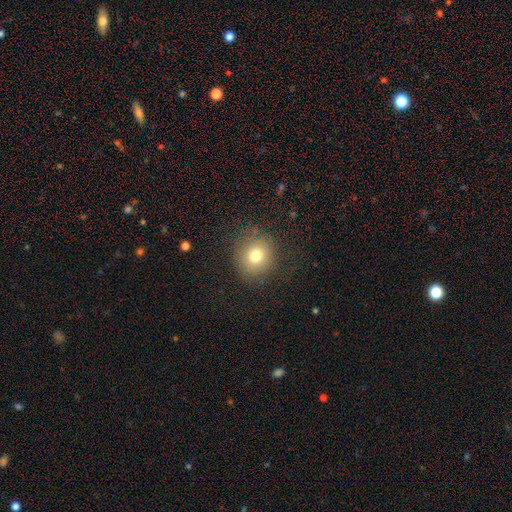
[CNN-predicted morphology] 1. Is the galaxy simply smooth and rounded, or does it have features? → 75% smooth, 14% star or artifact, 11% featured or disk.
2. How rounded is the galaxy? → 85% round, 14% in between, 1% cigar-shaped.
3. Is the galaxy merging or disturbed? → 83% none, 11% minor disturbance, 5% major disturbance, 1% merger.